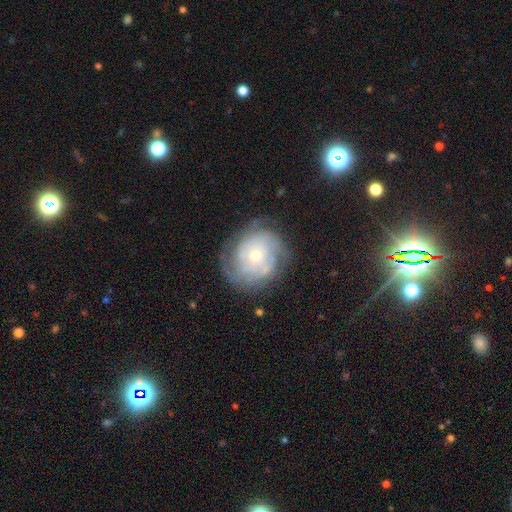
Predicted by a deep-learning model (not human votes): Q: Smooth or featured?
A: featured or disk (75%); runner-up: smooth (19%)
Q: Edge-on disk?
A: no (97%); runner-up: yes (3%)
Q: Bar?
A: no (81%); runner-up: weak (16%)
Q: Spiral arms?
A: yes (87%); runner-up: no (13%)
Q: Spiral winding?
A: tight (67%); runner-up: medium (25%)
Q: Spiral arm count?
A: can't tell (46%); runner-up: 2 (17%)
Q: Bulge size?
A: small (58%); runner-up: moderate (37%)
Q: Merging?
A: none (70%); runner-up: minor disturbance (19%)